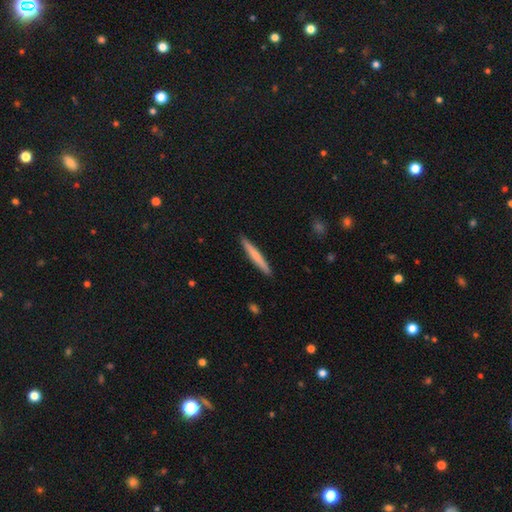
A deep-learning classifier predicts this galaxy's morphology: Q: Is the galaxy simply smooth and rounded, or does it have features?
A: smooth — 65%.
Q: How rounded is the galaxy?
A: cigar-shaped — 96%.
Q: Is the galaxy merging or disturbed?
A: none — 92%.